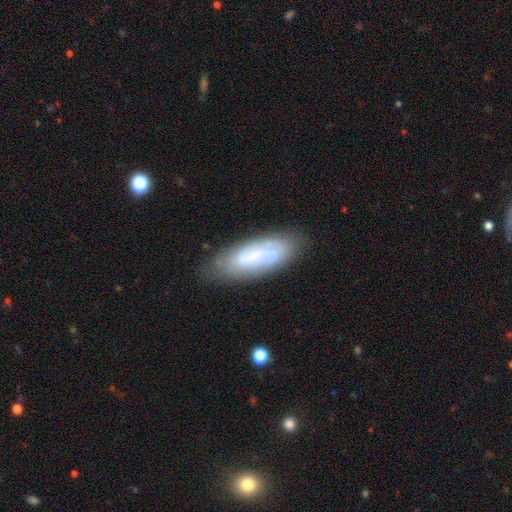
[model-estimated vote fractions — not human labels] Q: Smooth or featured?
A: featured or disk (52%); runner-up: smooth (40%)
Q: Edge-on disk?
A: no (84%); runner-up: yes (16%)
Q: Merging?
A: none (78%); runner-up: minor disturbance (16%)